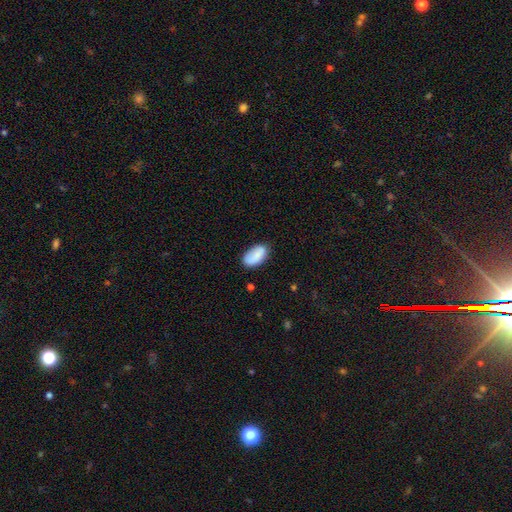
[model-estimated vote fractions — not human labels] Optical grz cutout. It shows a smooth galaxy with no disk features (82%) that is in between round and cigar-shaped (94%). Merging: none (73%).